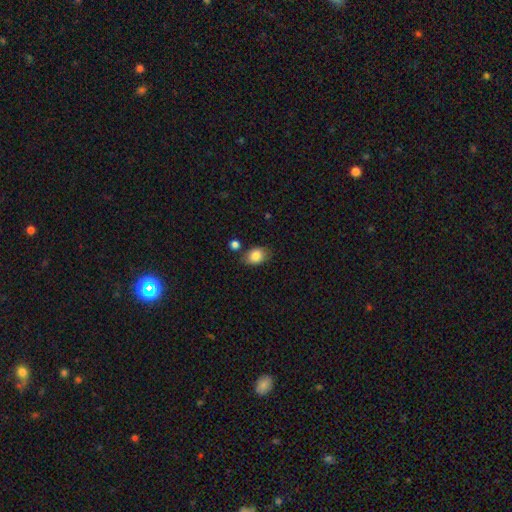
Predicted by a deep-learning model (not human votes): The model was most divided on "how rounded": in between: 75%, round: 24%, cigar-shaped: 1%. More confident: smooth or featured — smooth (85%); merging — none (71%).